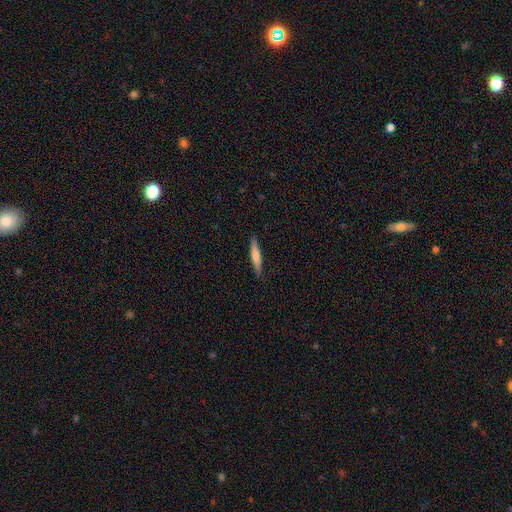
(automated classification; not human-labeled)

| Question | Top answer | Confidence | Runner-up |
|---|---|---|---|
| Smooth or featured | smooth | 68% | featured or disk (27%) |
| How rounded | cigar-shaped | 91% | in between (8%) |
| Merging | none | 89% | minor disturbance (8%) |